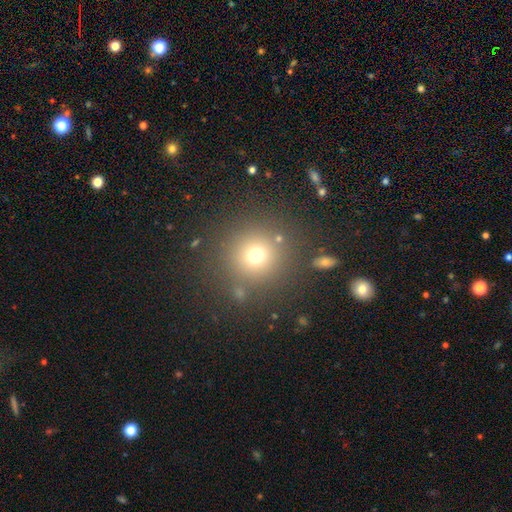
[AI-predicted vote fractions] This appears to be a smooth galaxy with no disk features (70%) that is round (94%). Merging: none (83%).